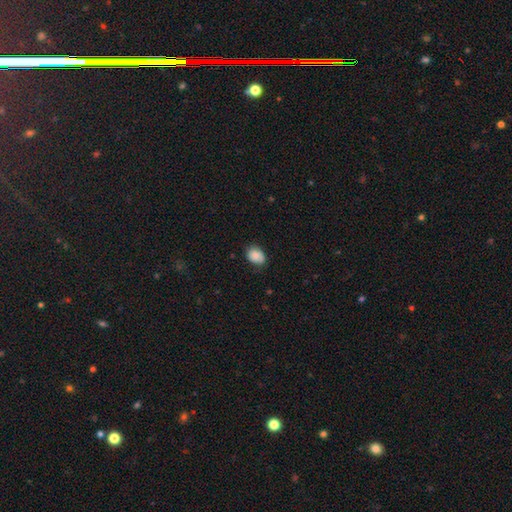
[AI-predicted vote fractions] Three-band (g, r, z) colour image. It shows a smooth galaxy with no disk features (84%) that is in between round and cigar-shaped (68%). Merging: none (69%).